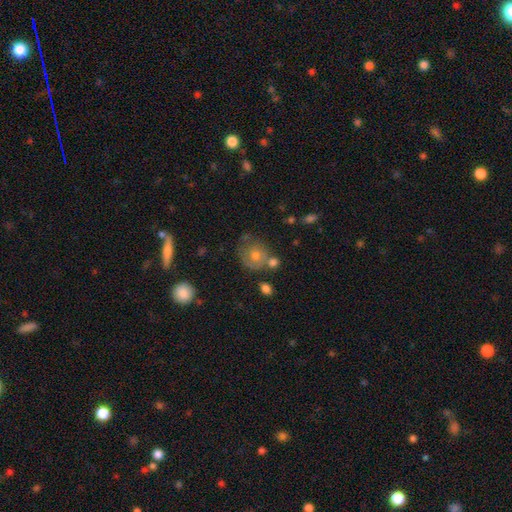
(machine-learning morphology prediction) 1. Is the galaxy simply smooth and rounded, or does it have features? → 52% smooth, 36% featured or disk, 12% star or artifact.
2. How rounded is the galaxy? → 80% round, 18% in between, 1% cigar-shaped.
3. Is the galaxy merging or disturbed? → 58% none, 20% minor disturbance, 14% merger, 9% major disturbance.